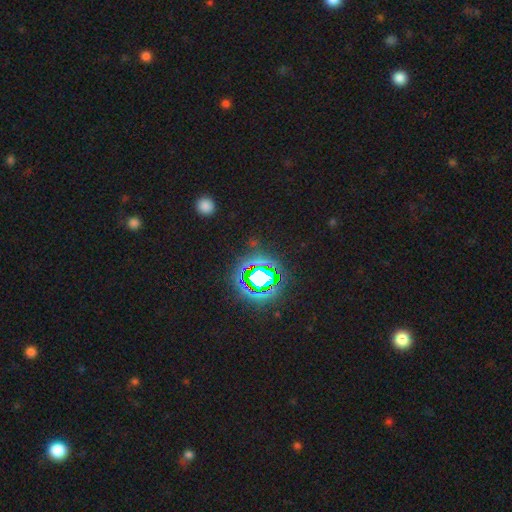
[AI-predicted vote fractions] A star or artifact, not a galaxy (83%).

Vote fractions:
- Smooth or featured? star or artifact: 83% / smooth: 11% / featured or disk: 6%